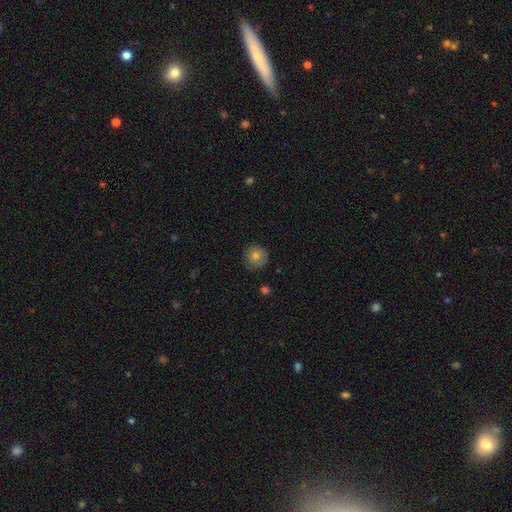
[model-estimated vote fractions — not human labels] Smooth or featured? smooth (74%)
How rounded? round (93%)
Merging? none (81%)